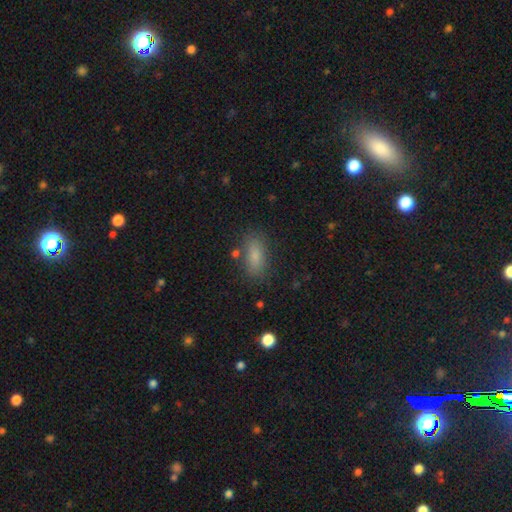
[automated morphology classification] Smooth or featured? smooth (83%)
How rounded? in between (82%)
Merging? none (81%)